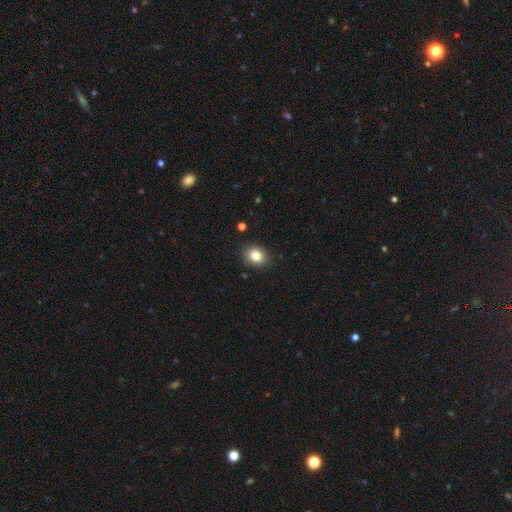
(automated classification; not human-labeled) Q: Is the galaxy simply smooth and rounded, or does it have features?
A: smooth — 83%.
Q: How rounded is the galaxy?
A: round — 54%.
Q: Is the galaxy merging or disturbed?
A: none — 88%.